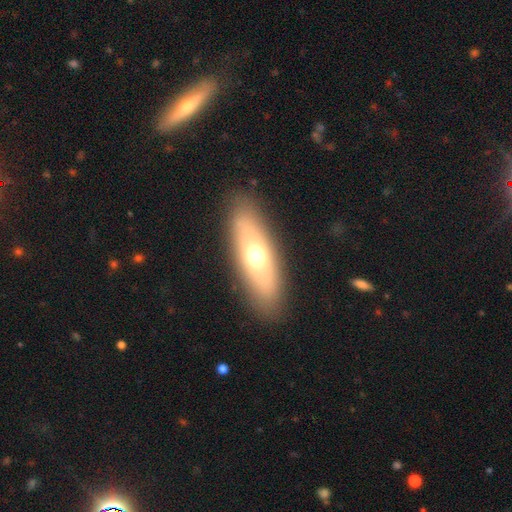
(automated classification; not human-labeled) smooth_or_featured: smooth (p=0.60) [alt: featured or disk p=0.32]
how_rounded: in between (p=0.64) [alt: cigar-shaped p=0.32]
merging: none (p=0.87) [alt: minor disturbance p=0.09]